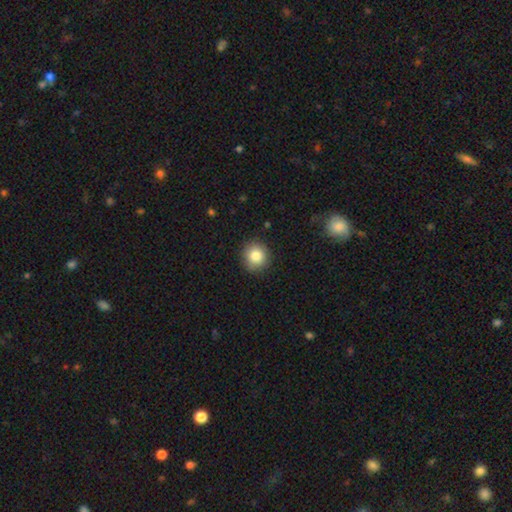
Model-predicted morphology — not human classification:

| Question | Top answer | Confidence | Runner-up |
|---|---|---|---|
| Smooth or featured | smooth | 84% | star or artifact (9%) |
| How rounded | round | 90% | in between (10%) |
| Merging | none | 89% | minor disturbance (8%) |